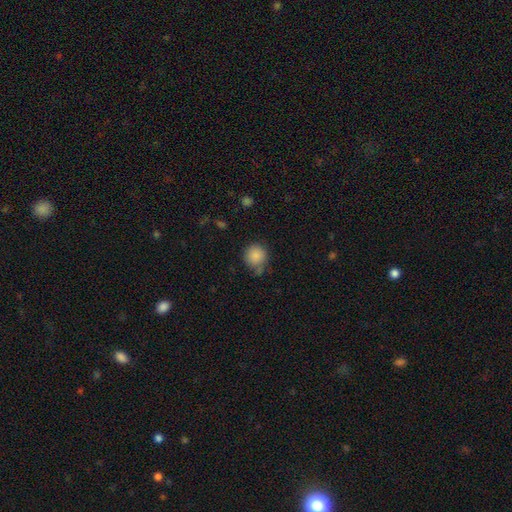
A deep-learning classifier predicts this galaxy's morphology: A smooth galaxy with no disk features (87%) that is round (91%). Merging: none (71%).